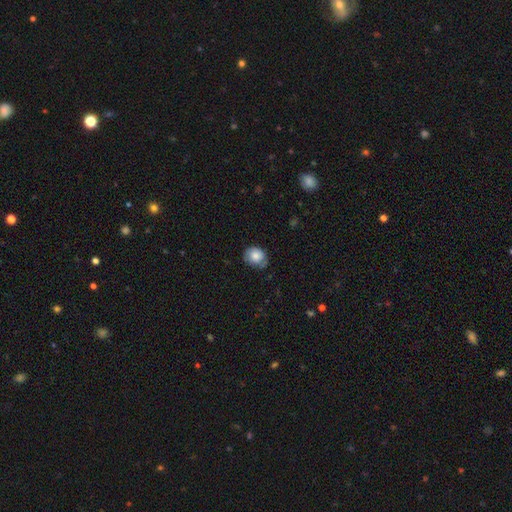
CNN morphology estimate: The model was most divided on "how rounded": round: 62%, in between: 37%, cigar-shaped: 1%. More confident: smooth or featured — smooth (72%); merging — none (61%).